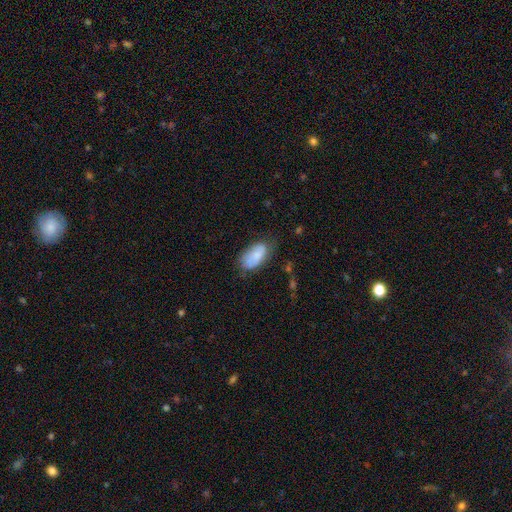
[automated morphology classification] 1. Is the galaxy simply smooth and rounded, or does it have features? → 77% smooth, 16% featured or disk, 7% star or artifact.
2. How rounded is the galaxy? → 94% in between, 3% round, 3% cigar-shaped.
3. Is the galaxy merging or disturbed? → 60% none, 28% minor disturbance, 8% major disturbance, 3% merger.